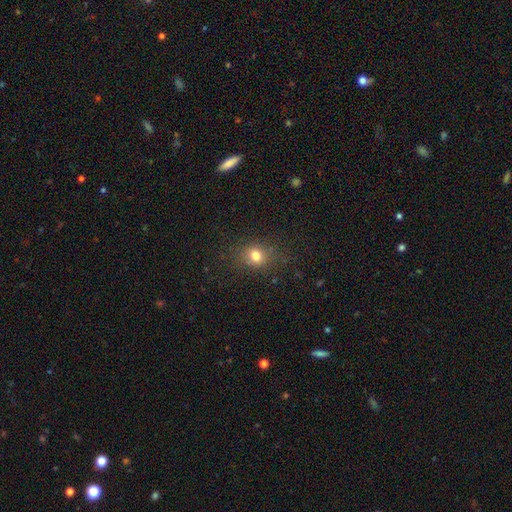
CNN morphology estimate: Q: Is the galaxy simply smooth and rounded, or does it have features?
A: smooth — 76%.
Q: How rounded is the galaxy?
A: round — 65%.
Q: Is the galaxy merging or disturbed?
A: none — 79%.